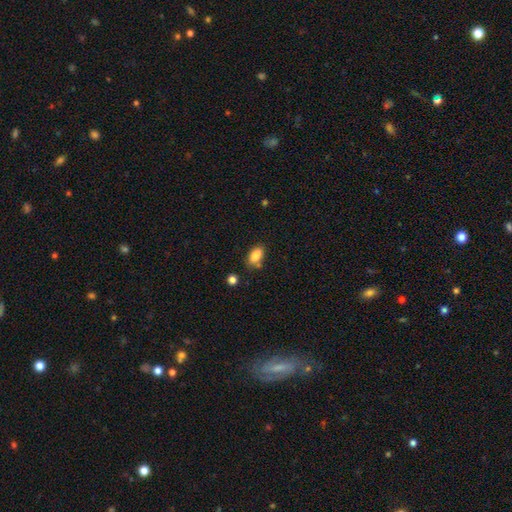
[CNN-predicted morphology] Overall: smooth (85%). How rounded: in between (89%). Merging: none (65%).